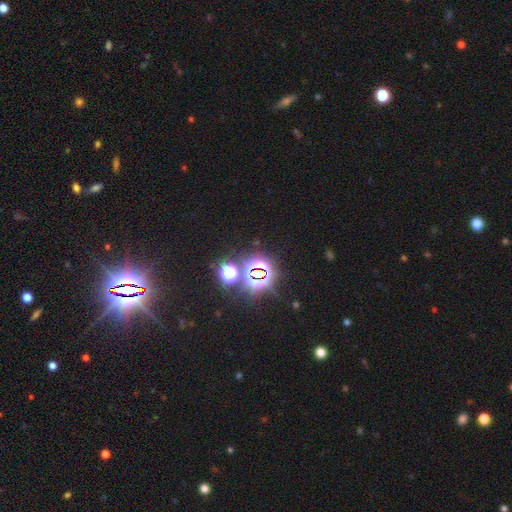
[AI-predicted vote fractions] This is clearly a star or artifact rather than a galaxy (83%).